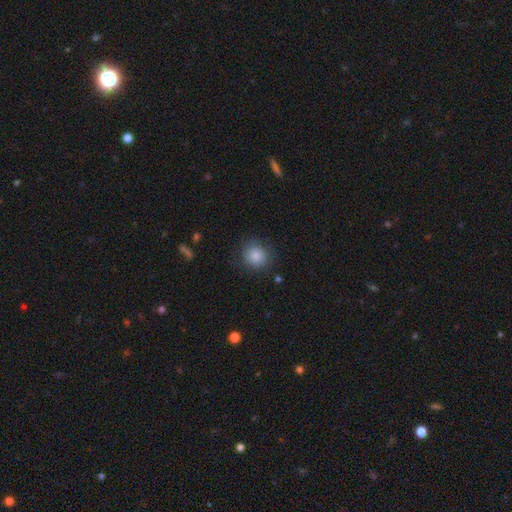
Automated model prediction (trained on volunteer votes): A smooth galaxy with no disk features (85%) that is round (86%).

Vote fractions:
- Smooth or featured? smooth: 85% / star or artifact: 9% / featured or disk: 6%
- How rounded? round: 86% / in between: 13% / cigar-shaped: 1%
- Merging? none: 83% / minor disturbance: 12% / major disturbance: 4% / merger: 1%